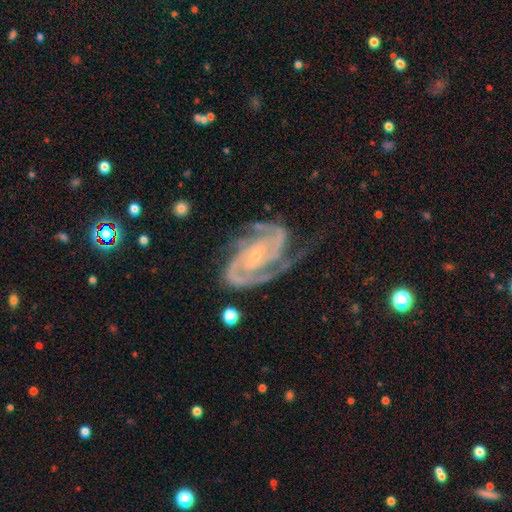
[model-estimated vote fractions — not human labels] Overall: featured or disk (93%). Edge-on disk: no (97%). Bar: no (45%; weak 32%). Spiral arms: yes (99%). Spiral arm count: 2 (73%). Spiral winding: tight (60%; medium 35%). Bulge size: small (81%). Merging: none (70%).